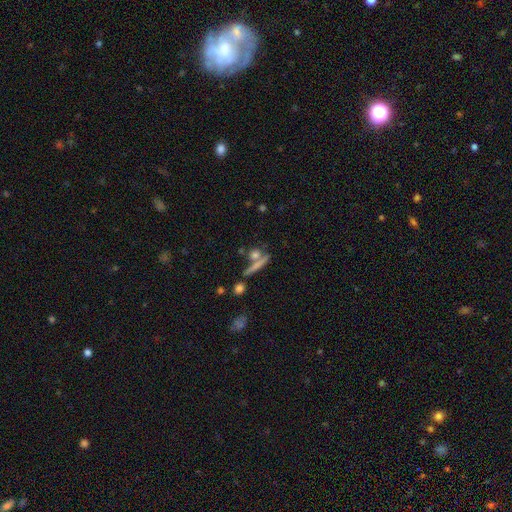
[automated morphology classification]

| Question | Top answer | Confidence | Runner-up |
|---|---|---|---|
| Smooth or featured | smooth | 61% | featured or disk (26%) |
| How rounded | cigar-shaped | 51% | round (30%) |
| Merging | none | 59% | merger (25%) |